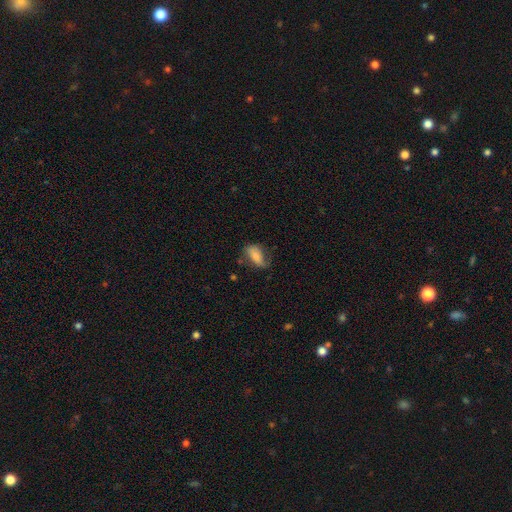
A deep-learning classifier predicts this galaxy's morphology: smooth 64%, featured or disk 28%, star or artifact 8%. Down the decision tree: how rounded — in between (86%); merging — none (51%).